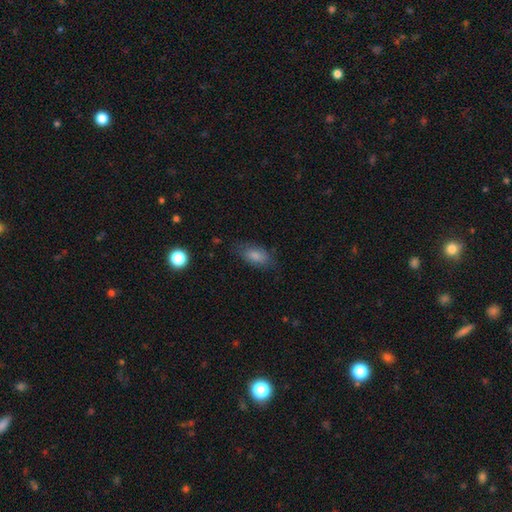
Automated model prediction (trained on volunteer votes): This appears to be a smooth galaxy with no disk features (80%) that is in between round and cigar-shaped (90%). Merging: none (71%).